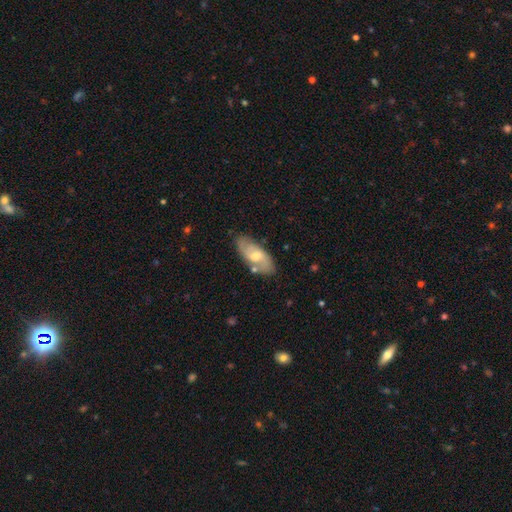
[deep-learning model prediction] Smooth or featured? Predicted: featured or disk (p=0.49). Merging? Predicted: none (p=0.75).